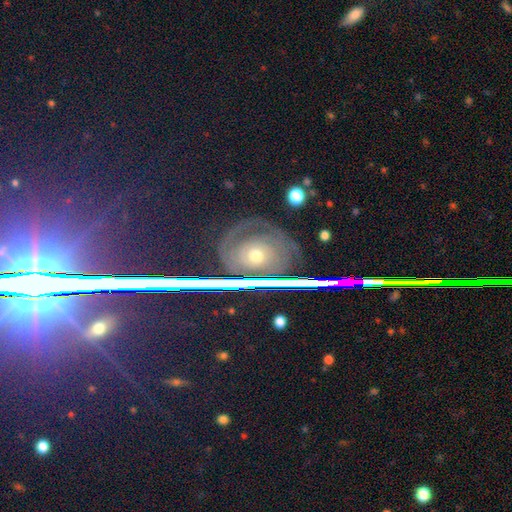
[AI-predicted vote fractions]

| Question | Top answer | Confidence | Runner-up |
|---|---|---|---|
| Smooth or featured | featured or disk | 67% | smooth (18%) |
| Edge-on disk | no | 95% | yes (5%) |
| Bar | no | 81% | weak (13%) |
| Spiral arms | yes | 79% | no (21%) |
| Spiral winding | tight | 68% | medium (24%) |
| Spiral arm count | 2 | 38% | can't tell (29%) |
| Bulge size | moderate | 62% | small (29%) |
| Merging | none | 72% | minor disturbance (15%) |